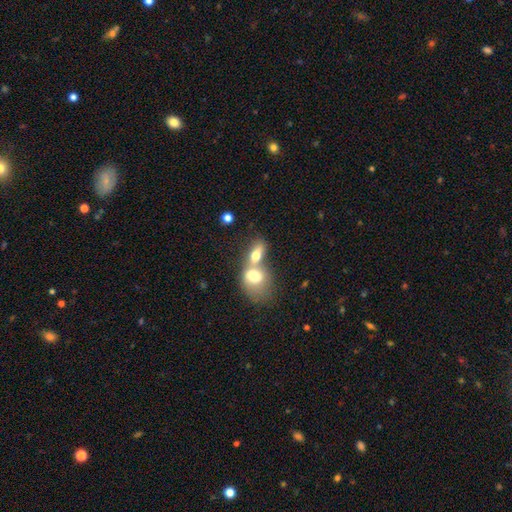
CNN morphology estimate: Overall: smooth (70%). How rounded: in between (74%). Merging: merger (75%).